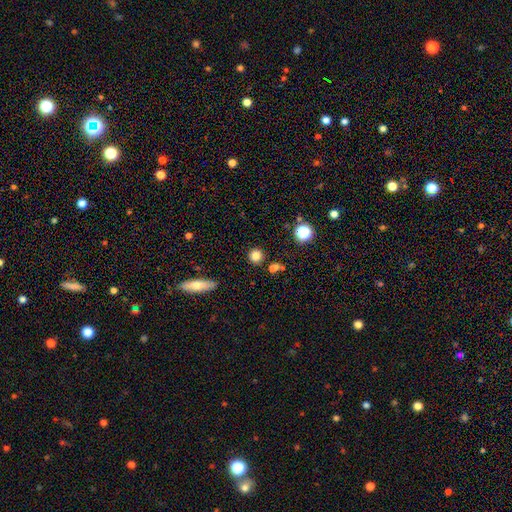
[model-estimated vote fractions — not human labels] This is clearly a smooth galaxy (81%). How rounded: clearly round (91%). Merging: clearly none (85%).